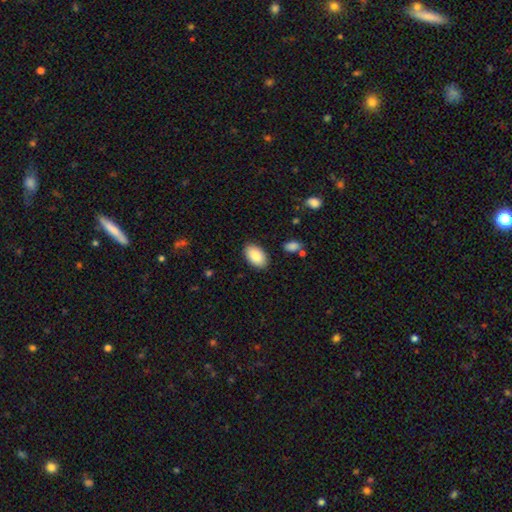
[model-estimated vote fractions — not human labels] Morphology: type=smooth (86%); roundness=in between (93%); merging=none (87%).